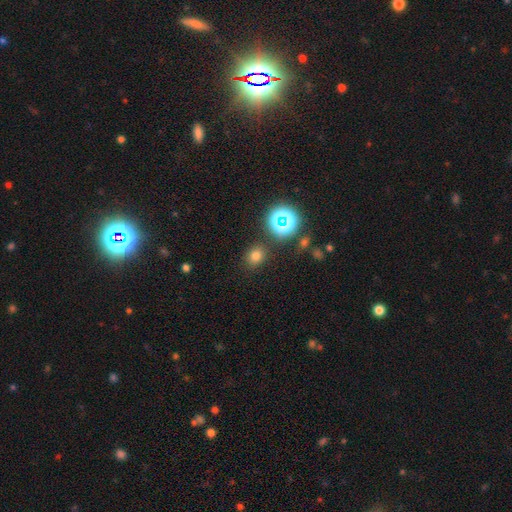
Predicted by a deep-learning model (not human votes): smooth-or-featured: smooth: 73% | star or artifact: 21% | featured or disk: 6%
  how-rounded: round: 66% | in between: 33% | cigar-shaped: 1%
  merging: none: 83% | minor disturbance: 9% | merger: 4% | major disturbance: 4%